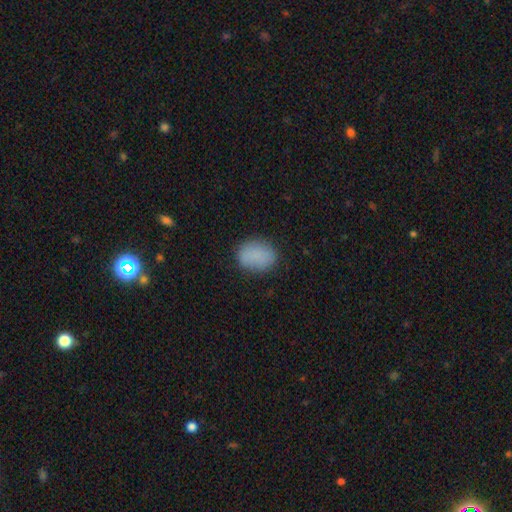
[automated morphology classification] smooth-or-featured: smooth: 85% | star or artifact: 9% | featured or disk: 6%
  how-rounded: in between: 53% | round: 45% | cigar-shaped: 1%
  merging: none: 78% | minor disturbance: 16% | major disturbance: 4% | merger: 1%